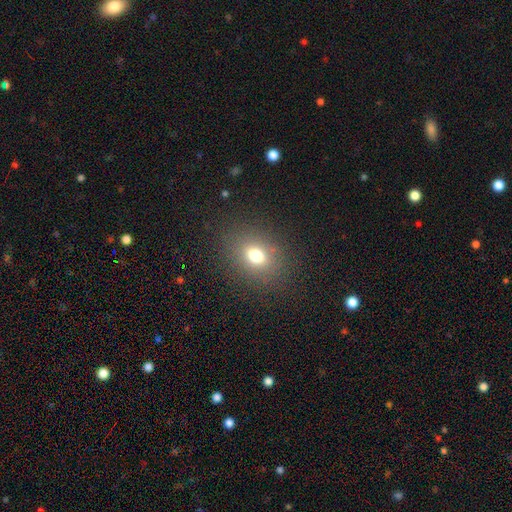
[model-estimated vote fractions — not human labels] This appears to be a smooth galaxy with no disk features (73%) that is in between round and cigar-shaped (57%). Merging: none (85%).